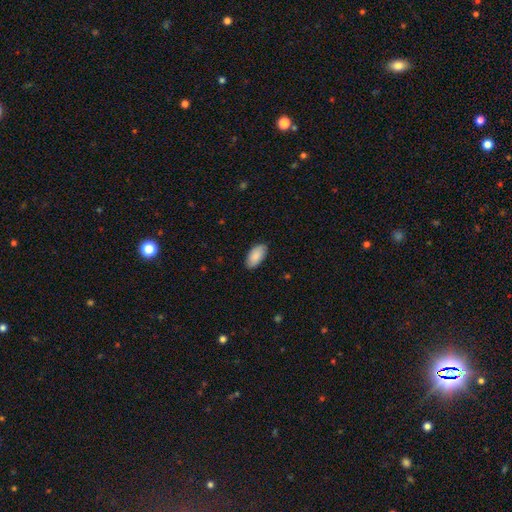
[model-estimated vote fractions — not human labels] Q: Smooth or featured?
A: smooth (88%); runner-up: featured or disk (7%)
Q: How rounded?
A: in between (95%); runner-up: cigar-shaped (3%)
Q: Merging?
A: none (87%); runner-up: minor disturbance (10%)